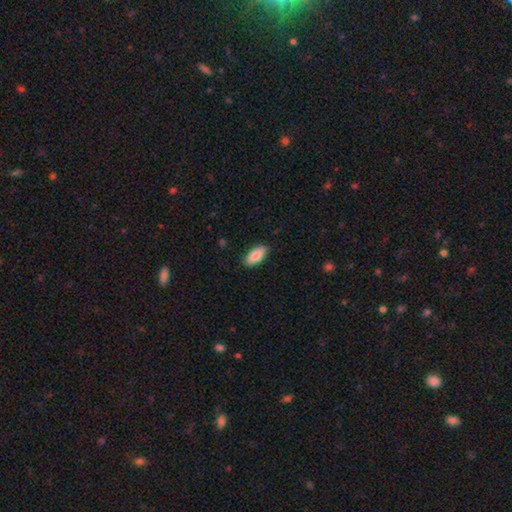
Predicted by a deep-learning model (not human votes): Smooth or featured? Predicted: smooth (p=0.88). How rounded? Predicted: in between (p=0.90). Merging? Predicted: none (p=0.88).